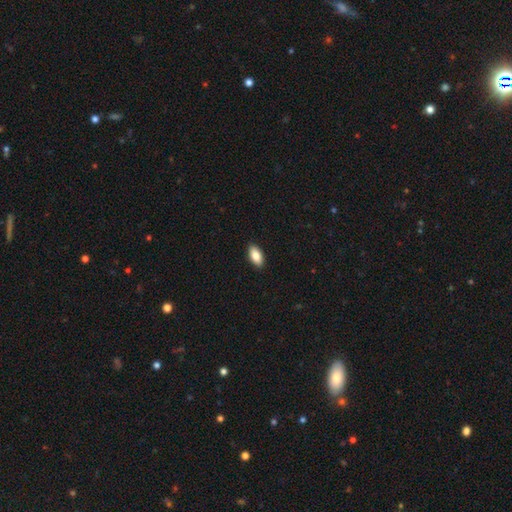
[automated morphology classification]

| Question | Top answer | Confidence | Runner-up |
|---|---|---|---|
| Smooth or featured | smooth | 84% | featured or disk (9%) |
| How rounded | in between | 92% | cigar-shaped (6%) |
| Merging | none | 90% | minor disturbance (7%) |